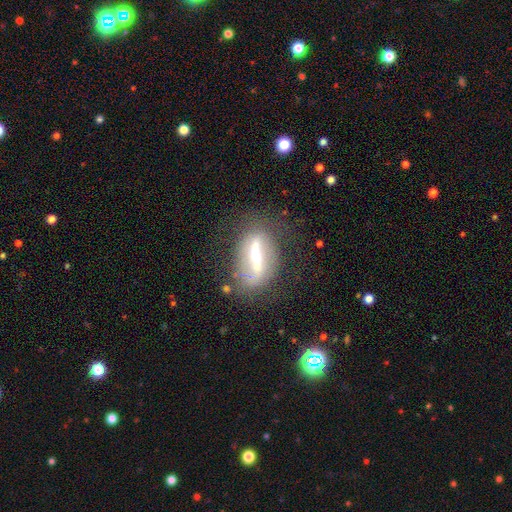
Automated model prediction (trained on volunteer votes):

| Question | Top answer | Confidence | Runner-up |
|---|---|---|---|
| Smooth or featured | featured or disk | 61% | smooth (29%) |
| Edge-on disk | no | 76% | yes (24%) |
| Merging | none | 61% | minor disturbance (21%) |